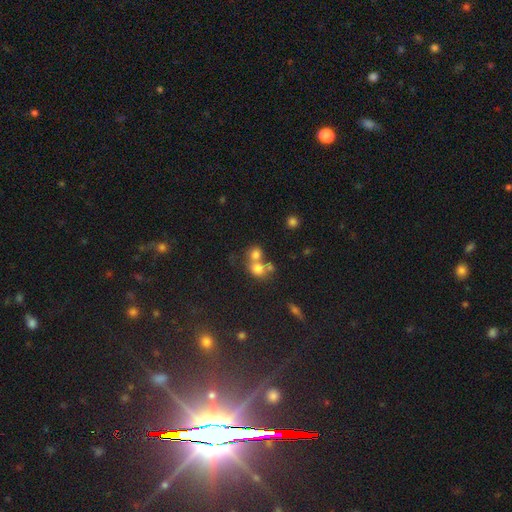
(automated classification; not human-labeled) smooth_or_featured: smooth (p=0.71) [alt: star or artifact p=0.15]
how_rounded: round (p=0.77) [alt: in between p=0.22]
merging: merger (p=0.53) [alt: none p=0.37]